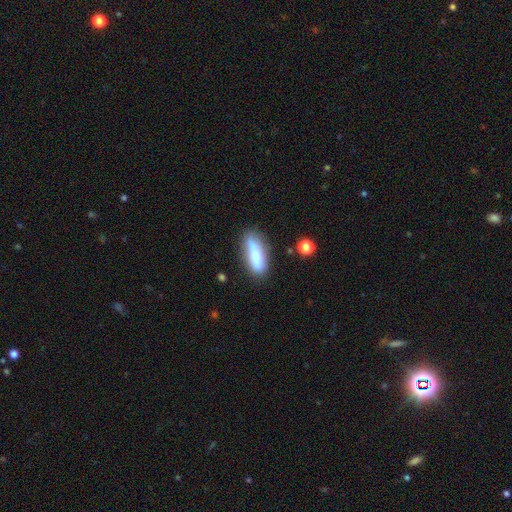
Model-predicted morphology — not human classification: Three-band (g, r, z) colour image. It shows a smooth galaxy with no disk features (70%) that is in between round and cigar-shaped (51%). Merging: none (62%).